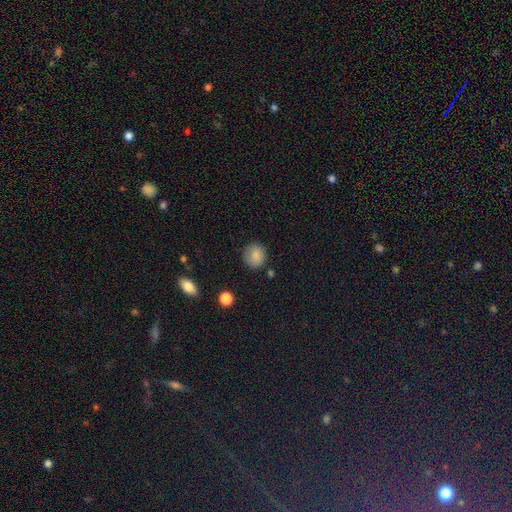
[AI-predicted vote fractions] Overall: smooth (85%). How rounded: round (82%). Merging: none (82%).